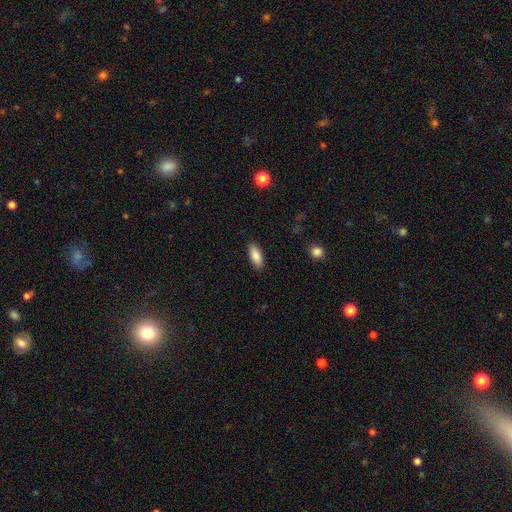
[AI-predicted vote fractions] Overall: smooth (86%). How rounded: in between (81%). Merging: none (88%).